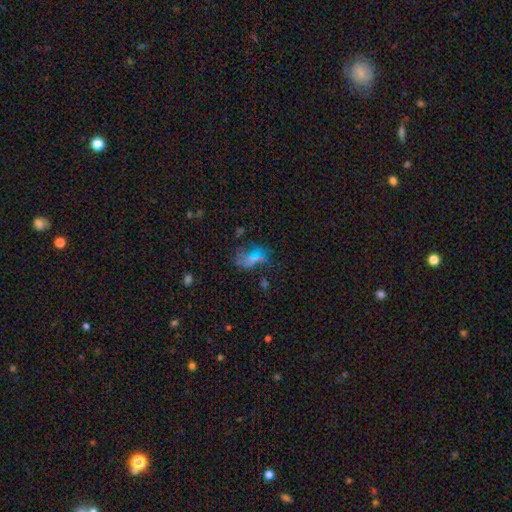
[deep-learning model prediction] Smooth or featured? smooth (42%)
Merging? none (43%)